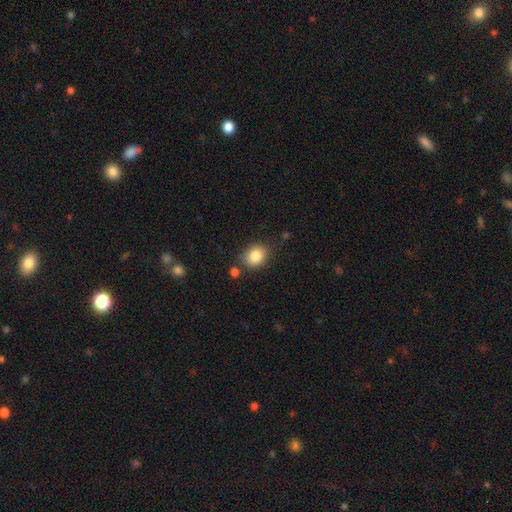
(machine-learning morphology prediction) Smooth or featured: smooth — 84% (star or artifact — 9%)
How rounded: in between — 55% (round — 44%)
Merging: none — 76% (minor disturbance — 14%)